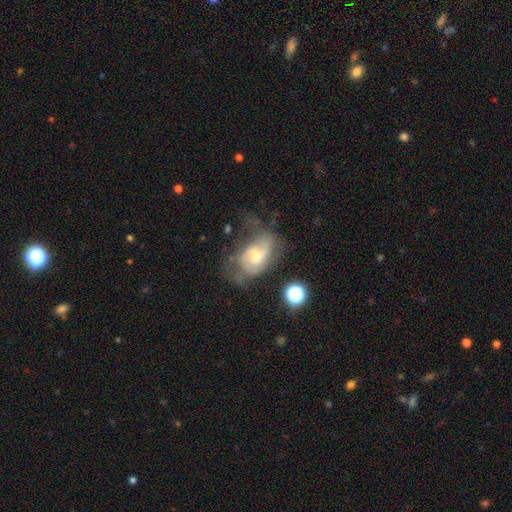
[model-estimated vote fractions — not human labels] Smooth or featured?
  - featured or disk: 63% *
  - smooth: 28%
  - star or artifact: 10%
Edge-on disk?
  - no: 96% *
  - yes: 4%
Bar?
  - no: 62% *
  - weak: 32%
  - strong: 6%
Spiral arms?
  - yes: 73% *
  - no: 27%
Bulge size?
  - moderate: 54% *
  - small: 32%
  - large: 8%
  - none: 4%
  - dominant: 1%
Merging?
  - major disturbance: 36% *
  - none: 33%
  - minor disturbance: 26%
  - merger: 6%